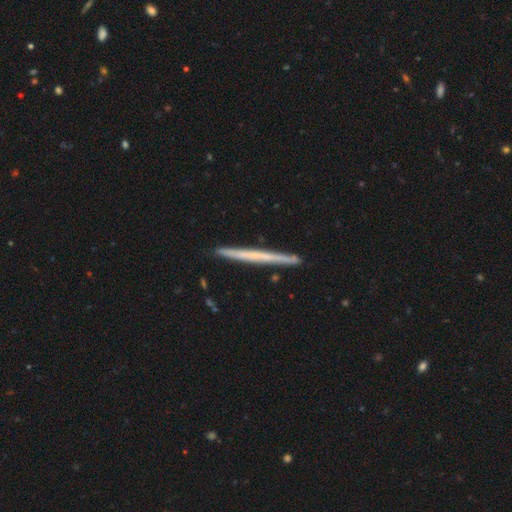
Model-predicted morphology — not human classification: This appears to be a featured or disk galaxy (55%) viewed edge-on (98%) with no central bulge (86%). Merging: none (91%).